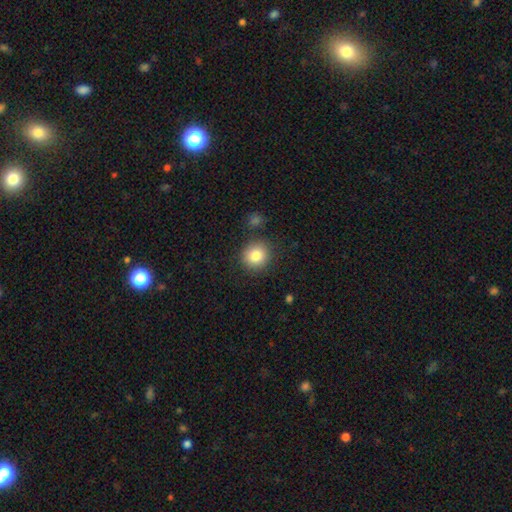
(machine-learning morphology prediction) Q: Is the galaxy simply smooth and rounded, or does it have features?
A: smooth — 82%.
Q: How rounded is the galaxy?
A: round — 89%.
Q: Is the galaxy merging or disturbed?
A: none — 85%.